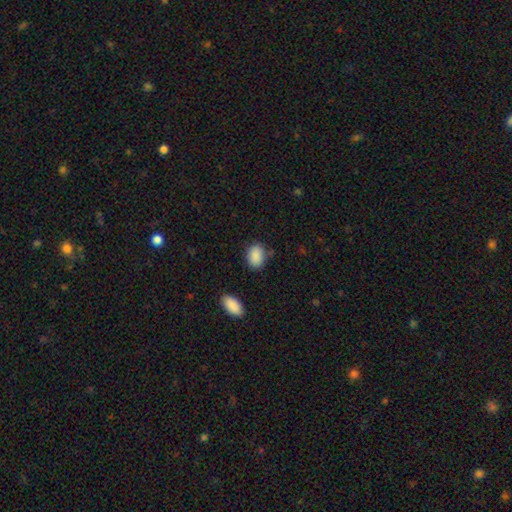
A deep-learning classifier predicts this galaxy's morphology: Smooth or featured? smooth (89%)
How rounded? in between (82%)
Merging? none (77%)